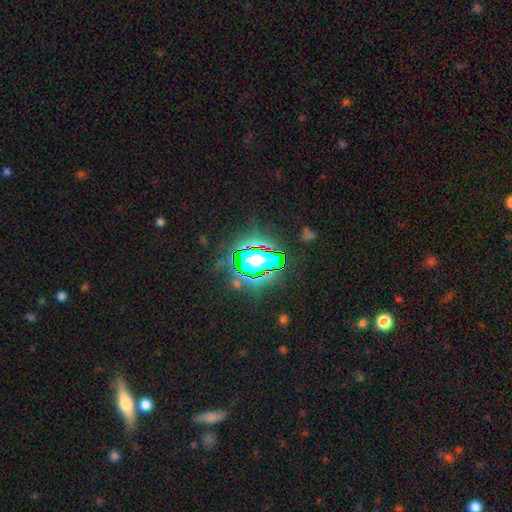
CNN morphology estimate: Overall: star or artifact (77%).